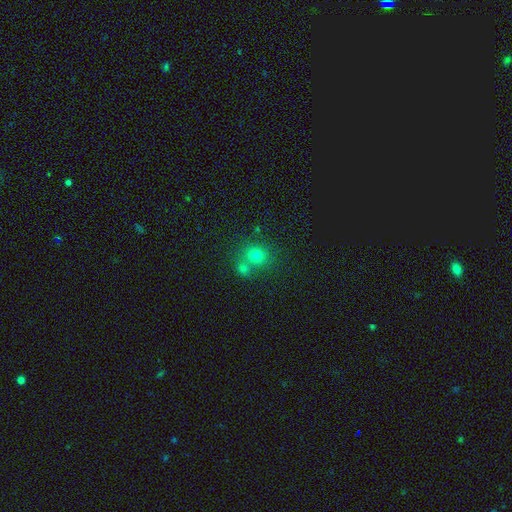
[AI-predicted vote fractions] smooth_or_featured: smooth (p=0.74) [alt: star or artifact p=0.17]
how_rounded: round (p=0.84) [alt: in between p=0.15]
merging: none (p=0.52) [alt: merger p=0.37]